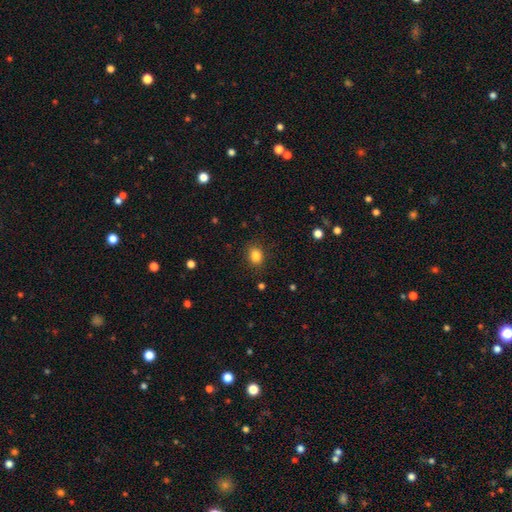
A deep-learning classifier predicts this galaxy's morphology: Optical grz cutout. It shows a smooth galaxy with no disk features (84%) that is in between round and cigar-shaped (53%). Merging: none (84%).